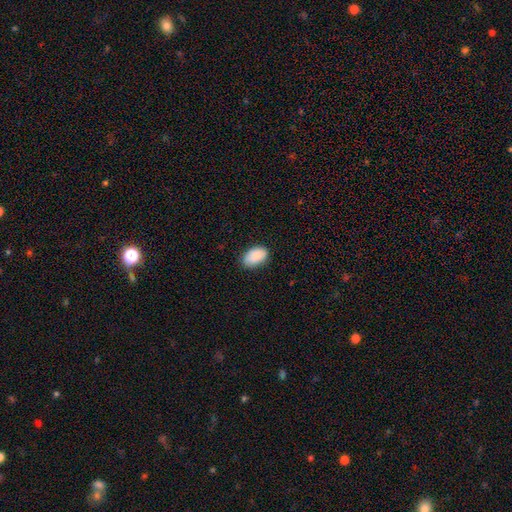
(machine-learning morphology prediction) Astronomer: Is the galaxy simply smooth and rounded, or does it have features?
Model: smooth — 87%.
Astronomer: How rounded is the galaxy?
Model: in between — 93%.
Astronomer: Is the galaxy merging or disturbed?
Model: none — 82%.